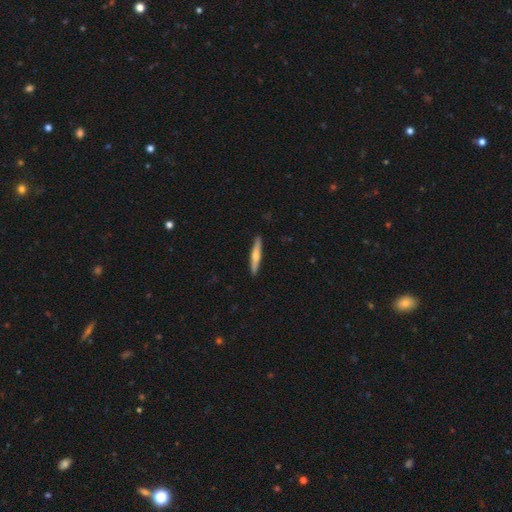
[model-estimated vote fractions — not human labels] smooth-or-featured: smooth: 53% | featured or disk: 42% | star or artifact: 5%
  how-rounded: cigar-shaped: 93% | in between: 6% | round: 1%
  merging: none: 91% | minor disturbance: 7% | major disturbance: 1% | merger: 1%